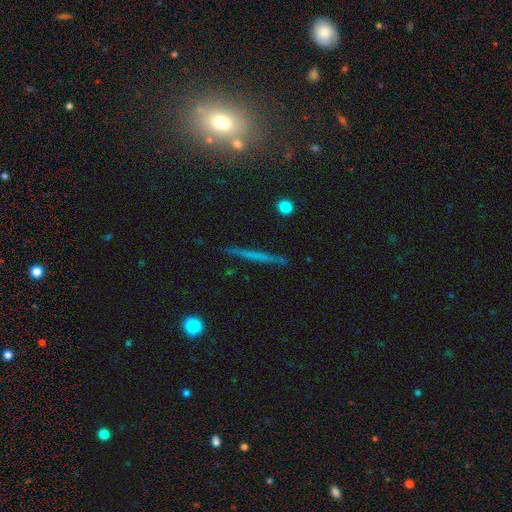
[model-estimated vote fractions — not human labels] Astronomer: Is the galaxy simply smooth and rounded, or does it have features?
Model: featured or disk — 51% (runner-up: smooth, 38%).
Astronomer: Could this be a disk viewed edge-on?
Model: yes — 95%.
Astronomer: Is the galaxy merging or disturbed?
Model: none — 88%.